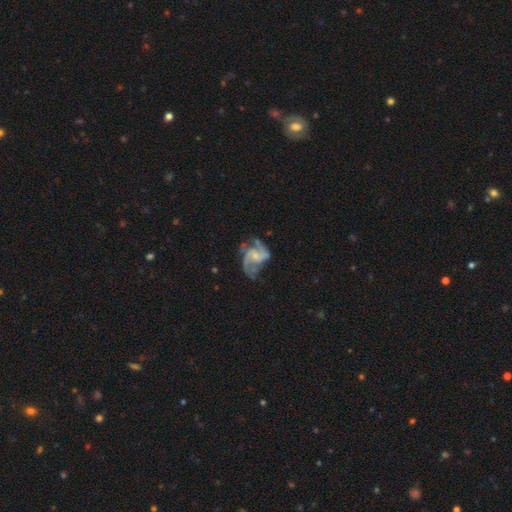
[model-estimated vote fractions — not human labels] Smooth or featured: featured or disk — 88% (smooth — 7%)
Edge-on disk: no — 98% (yes — 2%)
Bar: no — 53% (weak — 37%)
Spiral arms: yes — 96% (no — 4%)
Spiral winding: medium — 53% (loose — 33%)
Spiral arm count: 2 — 78% (3 — 11%)
Bulge size: small — 63% (moderate — 25%)
Merging: none — 58% (minor disturbance — 22%)